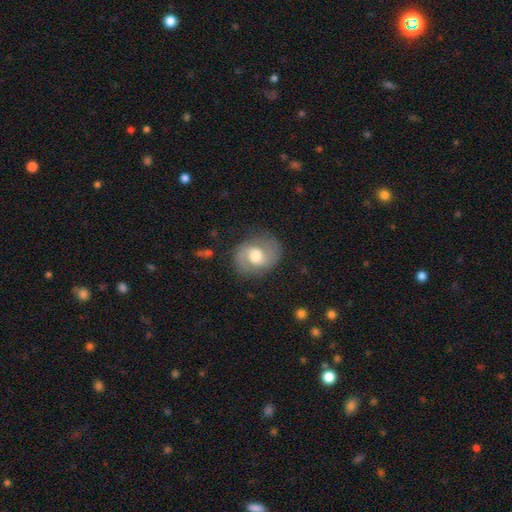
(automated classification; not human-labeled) A featured or disk galaxy (74%) with a weak bar (45%, tied with no), 2 (89%) medium (53%) spiral arms (91%) and a moderate central bulge (64%).

Vote fractions:
- Smooth or featured? featured or disk: 74% / smooth: 20% / star or artifact: 6%
- Edge-on disk? no: 98% / yes: 2%
- Bar? weak: 45% (tied) / no: 45% (tied) / strong: 9%
- Spiral arms? yes: 91% / no: 9%
- Spiral winding? medium: 53% / tight: 27% / loose: 20%
- Spiral arm count? 2: 89% / can't tell: 5% / 1: 3% / 3: 1% / 4: 1% / more than 4: 1%
- Bulge size? moderate: 64% / large: 23% / small: 10% / dominant: 2% / none: 2%
- Merging? none: 77% / minor disturbance: 15% / major disturbance: 7% / merger: 1%